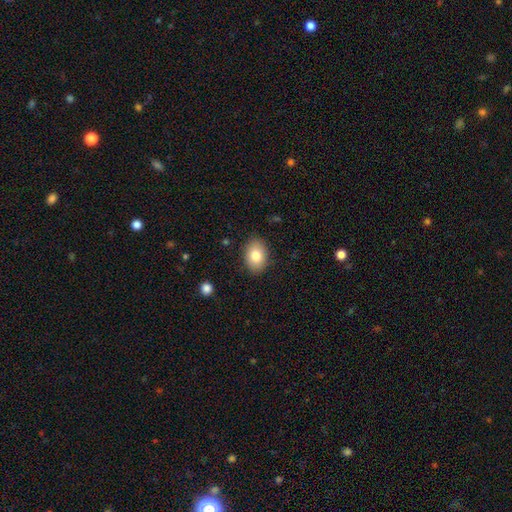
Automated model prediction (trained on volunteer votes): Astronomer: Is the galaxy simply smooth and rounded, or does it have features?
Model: smooth — 82%.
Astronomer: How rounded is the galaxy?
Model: in between — 79%.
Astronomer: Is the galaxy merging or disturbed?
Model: none — 87%.